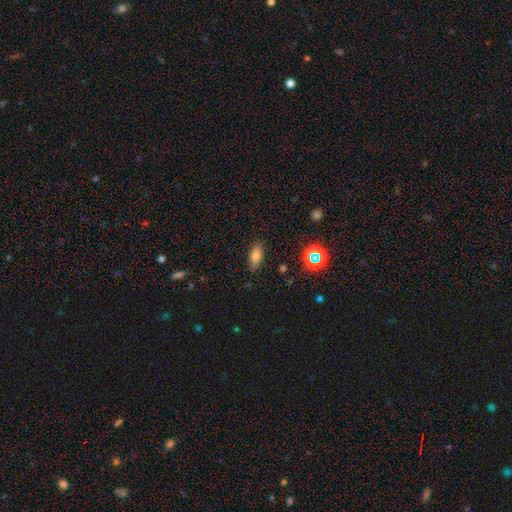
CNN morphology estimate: A smooth galaxy with no disk features (76%) that is in between round and cigar-shaped (83%).

Vote fractions:
- Smooth or featured? smooth: 76% / star or artifact: 14% / featured or disk: 11%
- How rounded? in between: 83% / cigar-shaped: 11% / round: 5%
- Merging? none: 83% / minor disturbance: 12% / major disturbance: 3% / merger: 1%